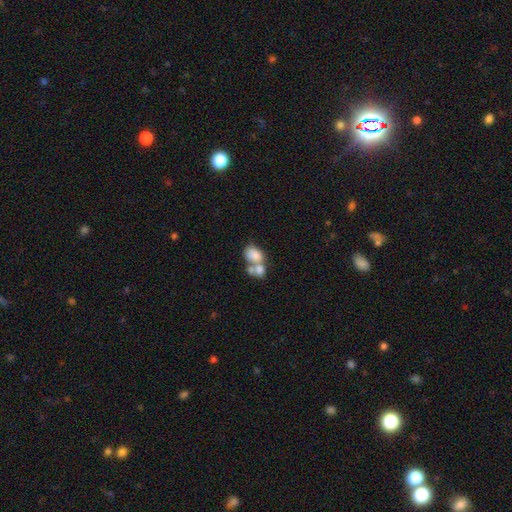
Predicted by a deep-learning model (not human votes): Q: Smooth or featured?
A: smooth (74%); runner-up: featured or disk (18%)
Q: How rounded?
A: in between (69%); runner-up: round (29%)
Q: Merging?
A: merger (67%); runner-up: none (21%)